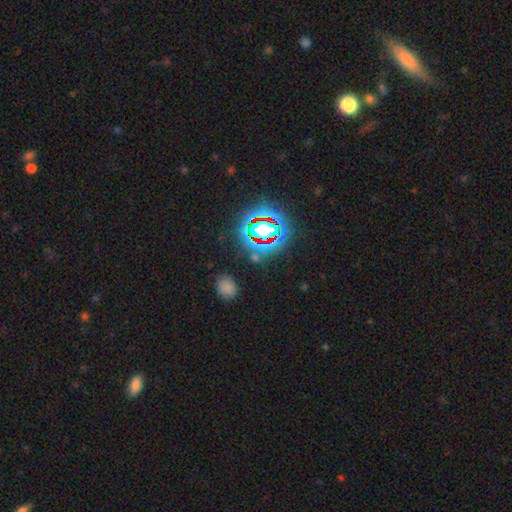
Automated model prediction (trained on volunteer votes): star or artifact 78%, smooth 14%, featured or disk 8%.